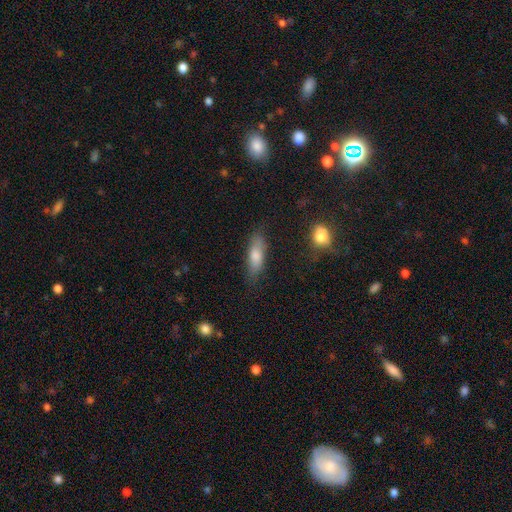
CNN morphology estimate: smooth_or_featured: smooth (p=0.76) [alt: featured or disk p=0.17]
how_rounded: in between (p=0.57) [alt: cigar-shaped p=0.41]
merging: none (p=0.75) [alt: minor disturbance p=0.17]